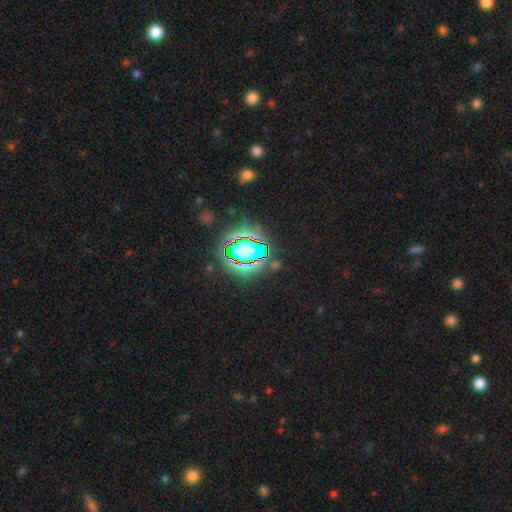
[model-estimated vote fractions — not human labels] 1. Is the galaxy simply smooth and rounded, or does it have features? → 81% star or artifact, 12% smooth, 8% featured or disk.